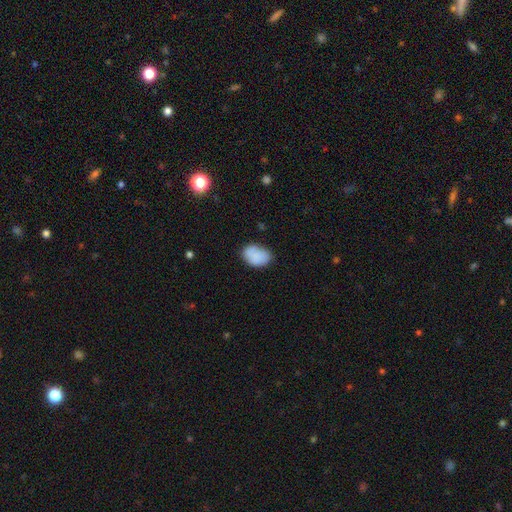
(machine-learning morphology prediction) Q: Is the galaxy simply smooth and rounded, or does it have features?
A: smooth — 84%.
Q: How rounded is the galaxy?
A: in between — 82%.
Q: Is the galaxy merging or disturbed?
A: none — 65%.